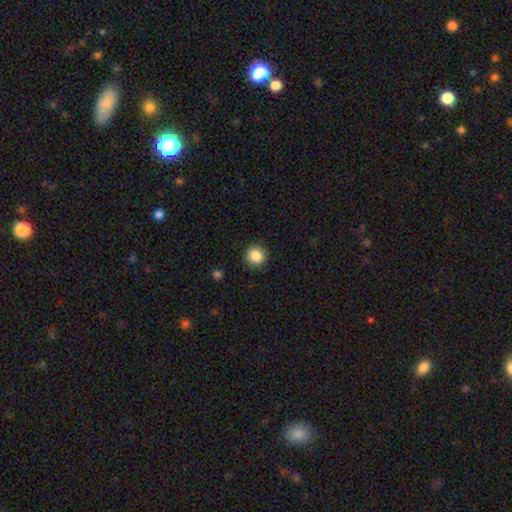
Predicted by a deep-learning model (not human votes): Smooth or featured? smooth (87%)
How rounded? round (91%)
Merging? none (90%)